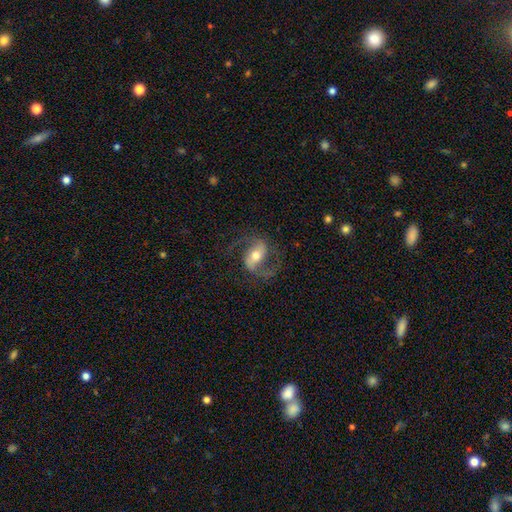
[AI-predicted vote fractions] Q: Smooth or featured?
A: featured or disk (80%); runner-up: smooth (14%)
Q: Edge-on disk?
A: no (97%); runner-up: yes (3%)
Q: Bar?
A: weak (39%); runner-up: strong (34%)
Q: Spiral arms?
A: yes (94%); runner-up: no (6%)
Q: Spiral winding?
A: medium (49%); runner-up: loose (41%)
Q: Spiral arm count?
A: 2 (91%); runner-up: 1 (3%)
Q: Bulge size?
A: moderate (69%); runner-up: small (19%)
Q: Merging?
A: none (71%); runner-up: minor disturbance (14%)